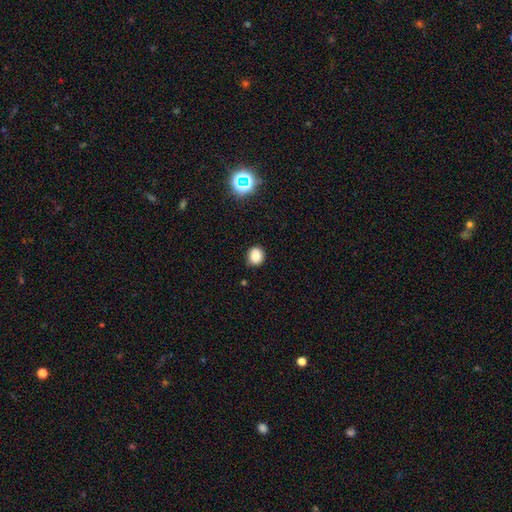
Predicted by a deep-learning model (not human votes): The model was most divided on "how rounded": round: 72%, in between: 28%, cigar-shaped: 1%. More confident: merging — none (84%); smooth or featured — smooth (83%).